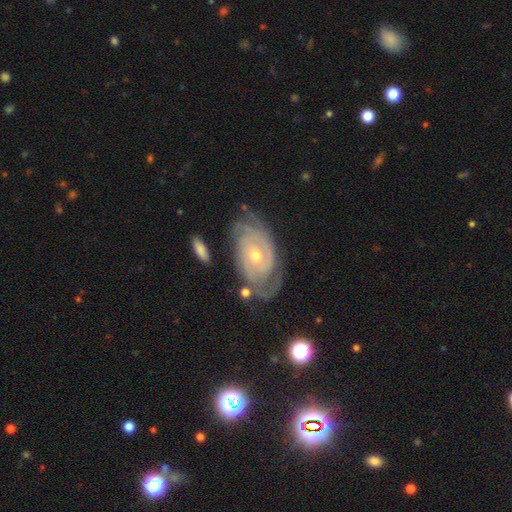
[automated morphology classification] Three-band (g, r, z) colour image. It shows a featured or disk galaxy (87%) with no bar (71%), 2 (33%, tied with can't tell) tight (74%) spiral arms (95%) and a small central bulge (50%). Merging: none (65%).